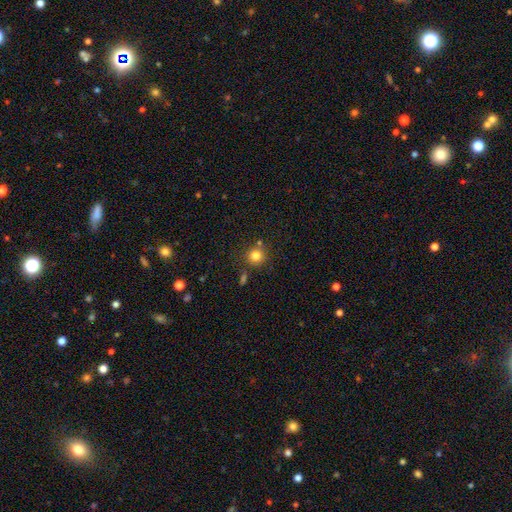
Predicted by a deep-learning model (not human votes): Smooth or featured? smooth (81%)
How rounded? round (91%)
Merging? none (77%)